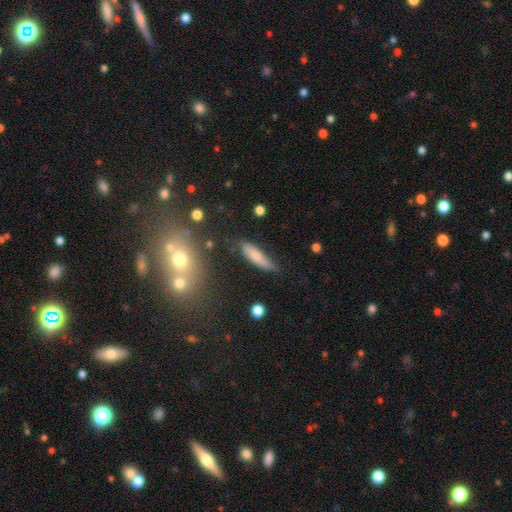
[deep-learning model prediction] smooth-or-featured: smooth: 71% | featured or disk: 21% | star or artifact: 8%
  how-rounded: cigar-shaped: 67% | in between: 31% | round: 2%
  merging: none: 68% | minor disturbance: 23% | major disturbance: 6% | merger: 4%